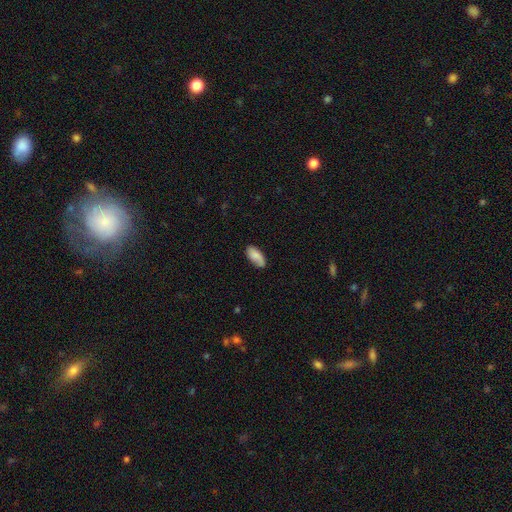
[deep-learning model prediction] Morphology: type=smooth (79%); roundness=in between (91%); merging=none (72%).